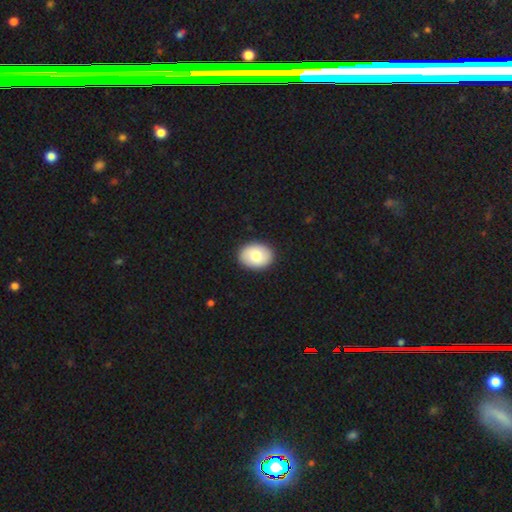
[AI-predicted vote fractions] smooth-or-featured: smooth: 78% | featured or disk: 16% | star or artifact: 6%
  how-rounded: in between: 70% | round: 29% | cigar-shaped: 1%
  merging: none: 91% | minor disturbance: 7% | major disturbance: 2% | merger: 1%